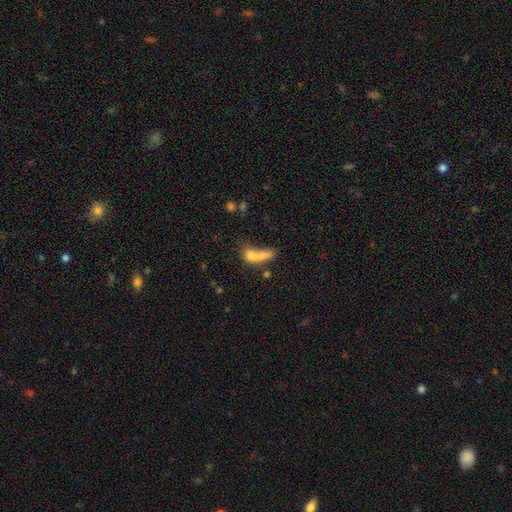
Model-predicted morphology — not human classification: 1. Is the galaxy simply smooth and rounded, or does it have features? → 69% smooth, 20% featured or disk, 11% star or artifact.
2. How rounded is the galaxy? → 53% in between, 26% cigar-shaped, 21% round.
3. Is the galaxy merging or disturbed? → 56% merger, 22% none, 11% major disturbance, 11% minor disturbance.